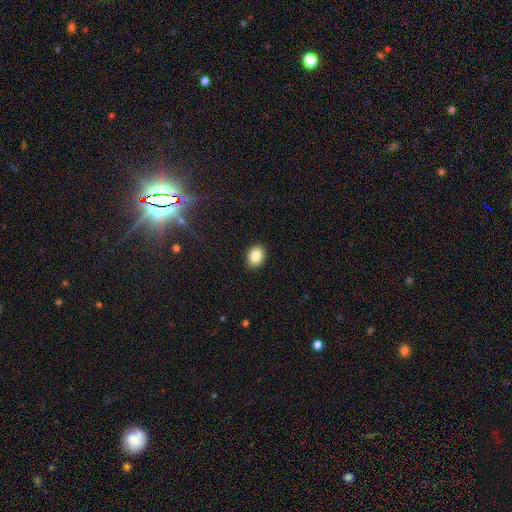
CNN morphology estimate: Q: Smooth or featured?
A: smooth (85%); runner-up: star or artifact (9%)
Q: How rounded?
A: in between (60%); runner-up: round (39%)
Q: Merging?
A: none (90%); runner-up: minor disturbance (7%)